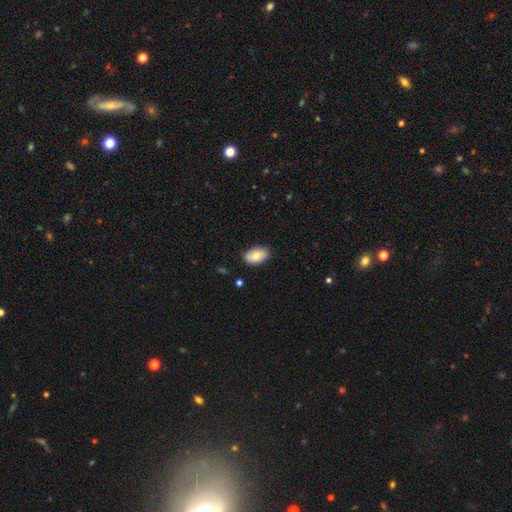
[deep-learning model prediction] Smooth or featured?
  - smooth: 77% *
  - featured or disk: 16%
  - star or artifact: 7%
How rounded?
  - in between: 90% *
  - round: 9%
  - cigar-shaped: 1%
Merging?
  - none: 83% *
  - minor disturbance: 14%
  - major disturbance: 2%
  - merger: 1%